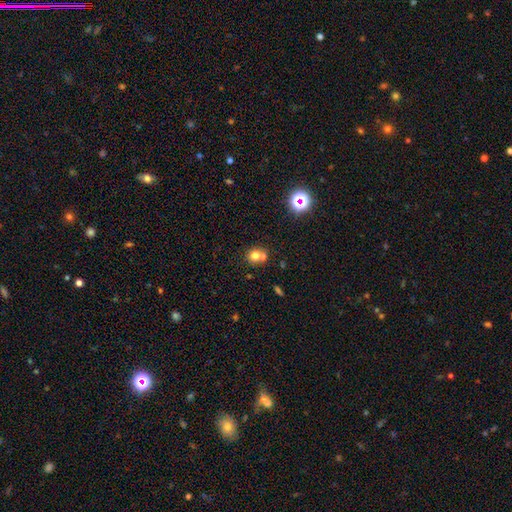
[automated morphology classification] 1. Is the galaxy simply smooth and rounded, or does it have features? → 71% smooth, 16% star or artifact, 14% featured or disk.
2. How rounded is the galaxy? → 82% round, 17% in between, 1% cigar-shaped.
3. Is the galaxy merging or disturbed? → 50% none, 40% merger, 8% minor disturbance, 3% major disturbance.